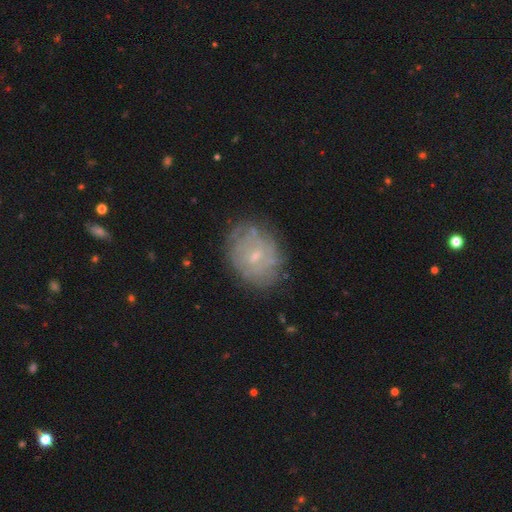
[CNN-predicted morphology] A featured or disk galaxy (53%) with no bar (57%), spiral arms (55%) and a small central bulge (67%).

Vote fractions:
- Smooth or featured? featured or disk: 53% / smooth: 37% / star or artifact: 9%
- Edge-on disk? no: 96% / yes: 4%
- Bar? no: 57% / weak: 37% / strong: 6%
- Spiral arms? yes: 55% / no: 45%
- Bulge size? small: 67% / moderate: 26% / none: 5% / large: 1% / dominant: 1%
- Merging? none: 75% / minor disturbance: 18% / major disturbance: 6% / merger: 2%